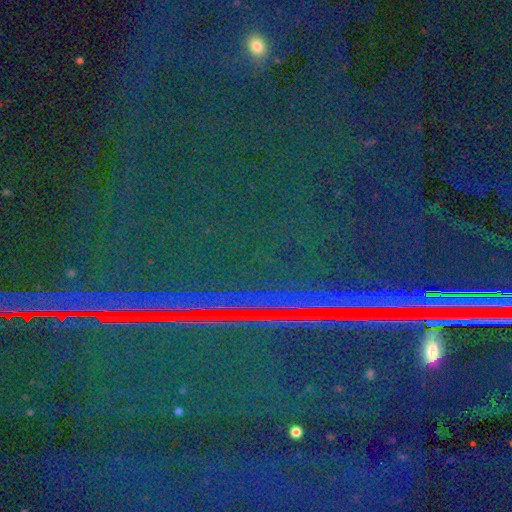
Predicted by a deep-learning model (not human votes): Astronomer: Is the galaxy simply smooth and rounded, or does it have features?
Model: star or artifact — 86%.